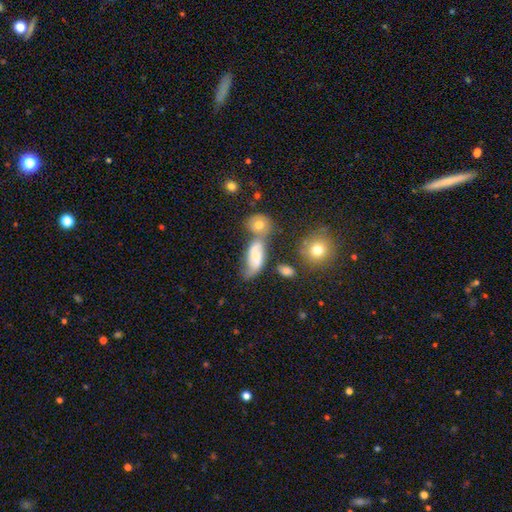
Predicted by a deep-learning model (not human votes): Smooth or featured? Predicted: smooth (p=0.50). How rounded? Predicted: in between (p=0.83). Merging? Predicted: none (p=0.39).